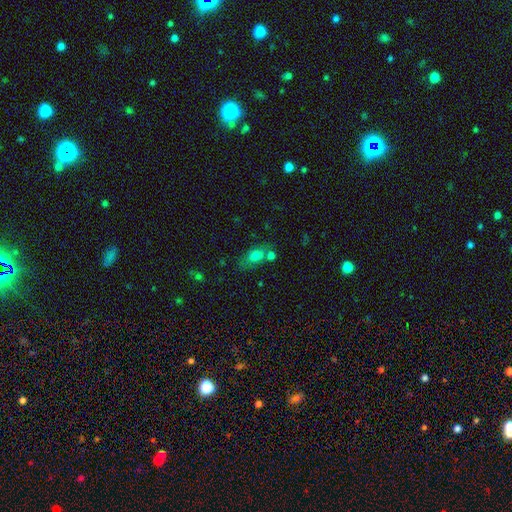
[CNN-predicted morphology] Overall: smooth (76%). How rounded: in between (75%). Merging: none (50%; merger 27%).